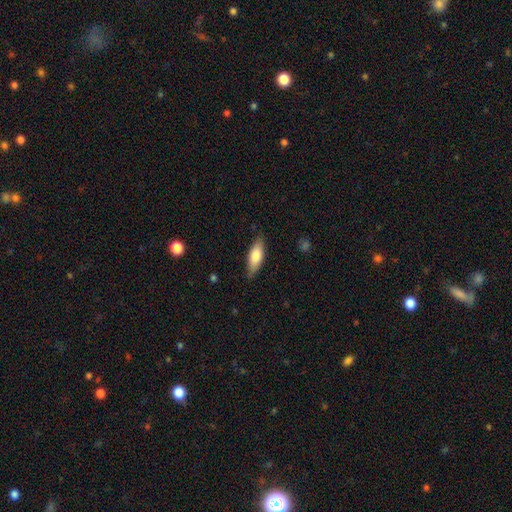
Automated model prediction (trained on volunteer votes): smooth 74%, featured or disk 21%, star or artifact 6%. Down the decision tree: how rounded — in between (64%); merging — none (82%).